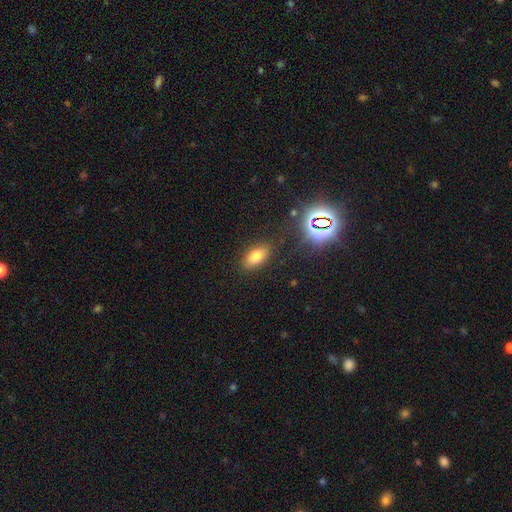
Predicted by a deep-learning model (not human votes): smooth_or_featured: smooth (p=0.74) [alt: star or artifact p=0.15]
how_rounded: in between (p=0.86) [alt: cigar-shaped p=0.08]
merging: none (p=0.85) [alt: minor disturbance p=0.10]